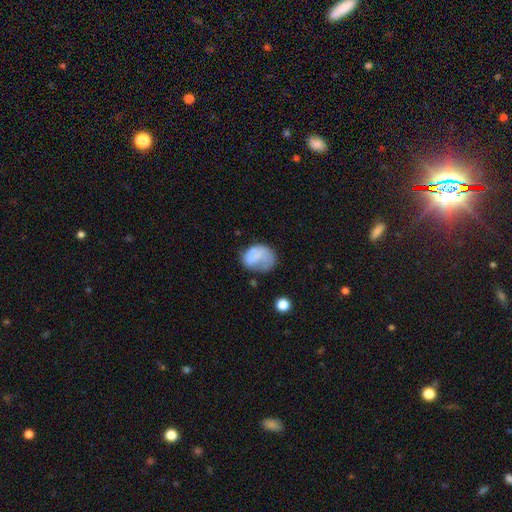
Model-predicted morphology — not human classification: Smooth or featured? smooth (65%)
How rounded? in between (52%)
Merging? none (38%)